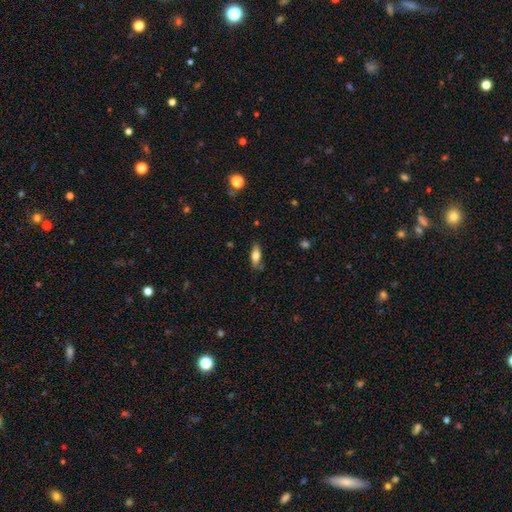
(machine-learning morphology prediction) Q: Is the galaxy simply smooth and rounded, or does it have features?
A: smooth — 71%.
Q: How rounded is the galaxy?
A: in between — 73%.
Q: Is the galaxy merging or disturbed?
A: none — 79%.